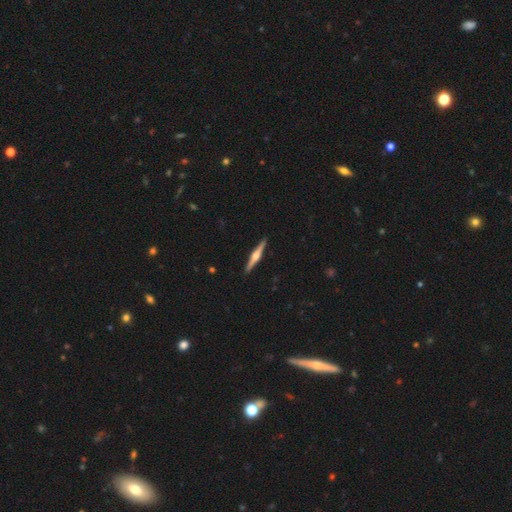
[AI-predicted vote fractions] Smooth or featured? featured or disk (77%)
Edge-on disk? yes (98%)
Edge-on bulge? rounded (92%)
Merging? none (93%)